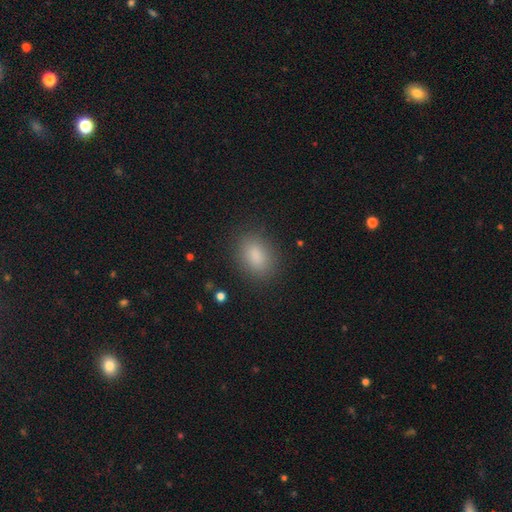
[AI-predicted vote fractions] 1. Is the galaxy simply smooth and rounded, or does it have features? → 85% smooth, 9% star or artifact, 6% featured or disk.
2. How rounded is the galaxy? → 77% in between, 21% round, 2% cigar-shaped.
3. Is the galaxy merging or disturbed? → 86% none, 10% minor disturbance, 3% major disturbance, 1% merger.